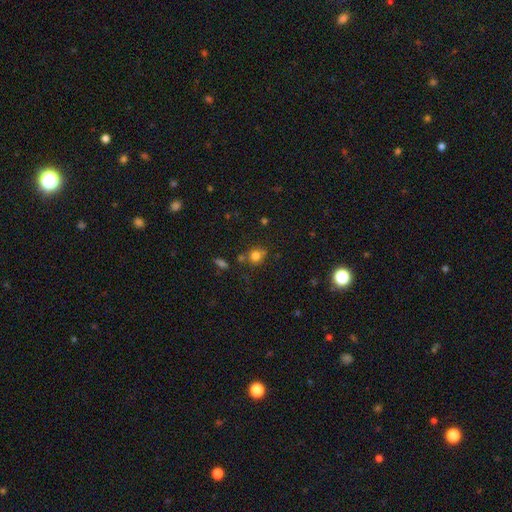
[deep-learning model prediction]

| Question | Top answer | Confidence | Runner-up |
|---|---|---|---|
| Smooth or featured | smooth | 77% | star or artifact (14%) |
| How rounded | round | 74% | in between (25%) |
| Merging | none | 63% | minor disturbance (18%) |